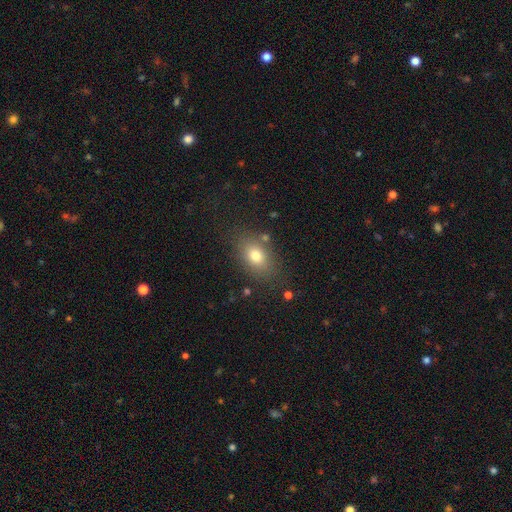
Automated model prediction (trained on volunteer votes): A smooth galaxy with no disk features (76%) that is in between round and cigar-shaped (77%).

Vote fractions:
- Smooth or featured? smooth: 76% / featured or disk: 12% / star or artifact: 12%
- How rounded? in between: 77% / round: 21% / cigar-shaped: 2%
- Merging? none: 78% / minor disturbance: 13% / major disturbance: 5% / merger: 4%